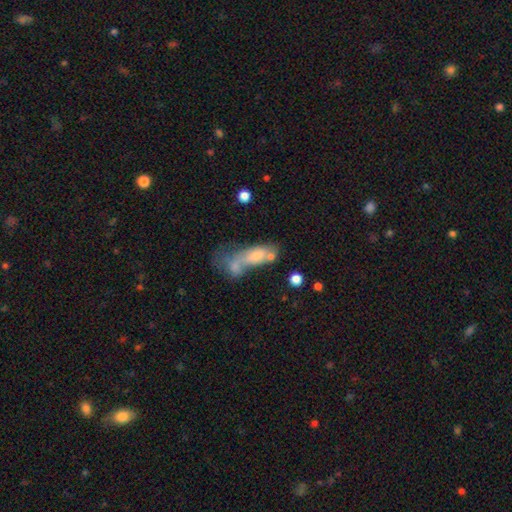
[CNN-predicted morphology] smooth_or_featured: smooth (p=0.60) [alt: featured or disk p=0.30]
how_rounded: in between (p=0.67) [alt: cigar-shaped p=0.27]
merging: merger (p=0.55) [alt: none p=0.18]